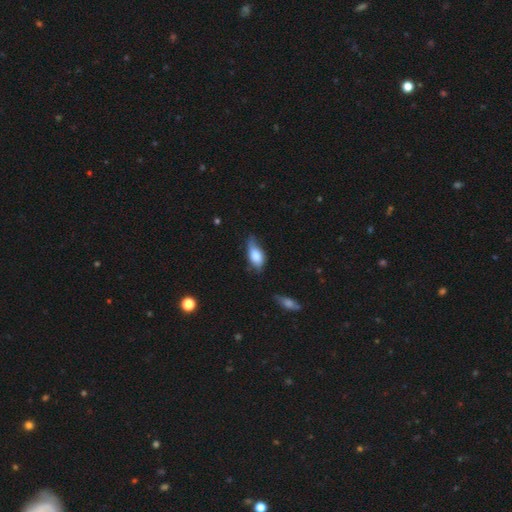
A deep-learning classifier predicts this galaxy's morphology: smooth-or-featured: smooth: 72% | featured or disk: 20% | star or artifact: 7%
  how-rounded: in between: 86% | cigar-shaped: 10% | round: 4%
  merging: minor disturbance: 43% | none: 40% | major disturbance: 14% | merger: 3%